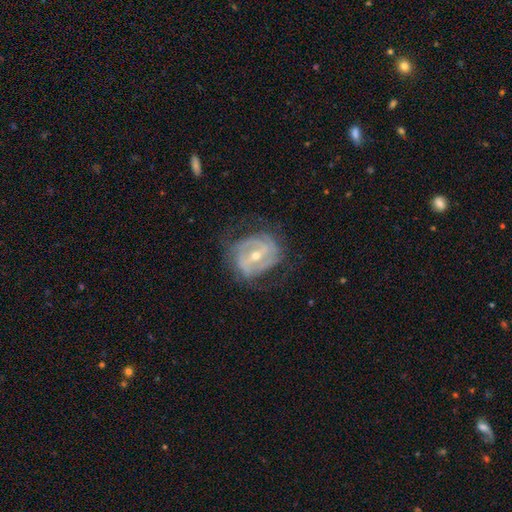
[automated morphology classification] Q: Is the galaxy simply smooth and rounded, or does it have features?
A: featured or disk — 86%.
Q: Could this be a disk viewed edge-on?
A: no — 96%.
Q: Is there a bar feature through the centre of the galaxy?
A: strong — 49%.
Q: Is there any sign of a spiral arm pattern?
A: yes — 87%.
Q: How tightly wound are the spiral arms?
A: tight — 47%.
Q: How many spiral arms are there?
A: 2 — 46%.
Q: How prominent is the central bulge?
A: moderate — 49%.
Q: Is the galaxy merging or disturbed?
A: none — 62%.